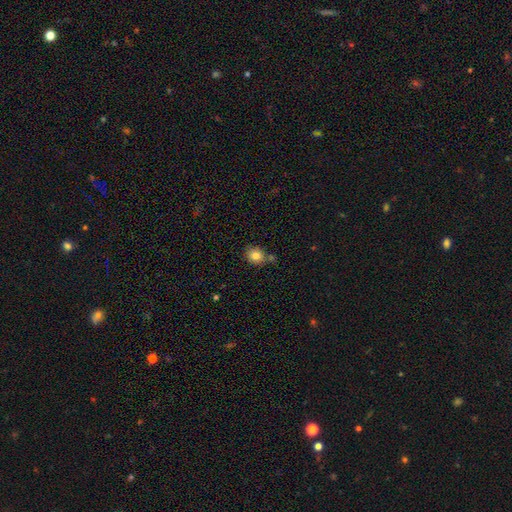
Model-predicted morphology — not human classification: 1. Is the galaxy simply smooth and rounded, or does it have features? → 81% smooth, 10% star or artifact, 8% featured or disk.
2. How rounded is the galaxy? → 68% round, 31% in between, 1% cigar-shaped.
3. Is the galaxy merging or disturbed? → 66% none, 16% minor disturbance, 14% merger, 4% major disturbance.